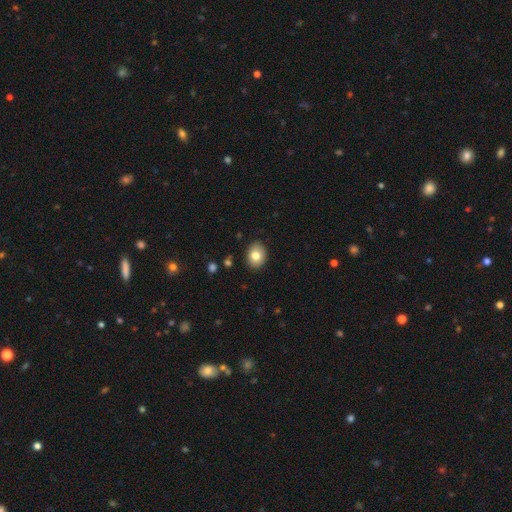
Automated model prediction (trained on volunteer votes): The model was most divided on "how rounded": in between: 54%, round: 45%, cigar-shaped: 1%. More confident: merging — none (89%); smooth or featured — smooth (80%).